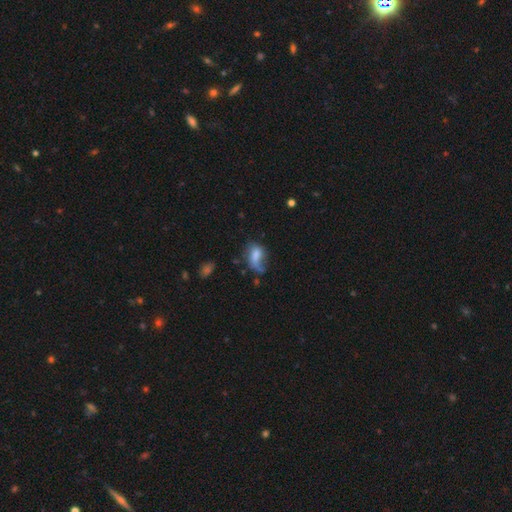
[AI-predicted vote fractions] Q: Smooth or featured?
A: smooth (61%); runner-up: featured or disk (29%)
Q: How rounded?
A: in between (85%); runner-up: round (12%)
Q: Merging?
A: major disturbance (36%); runner-up: none (30%)